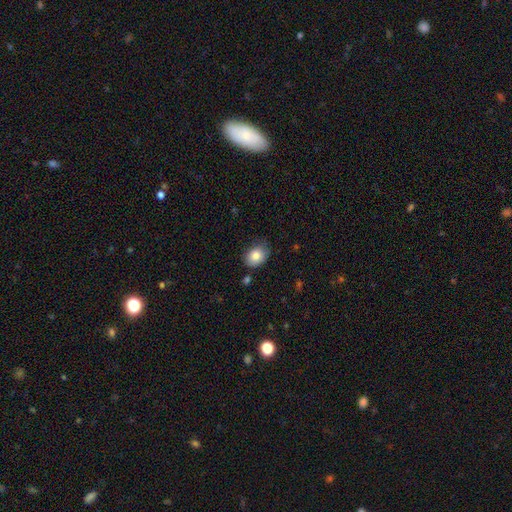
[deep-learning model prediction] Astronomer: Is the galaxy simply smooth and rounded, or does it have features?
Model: smooth — 83%.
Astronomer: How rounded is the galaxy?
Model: in between — 67%.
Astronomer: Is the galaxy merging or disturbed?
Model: none — 70%.